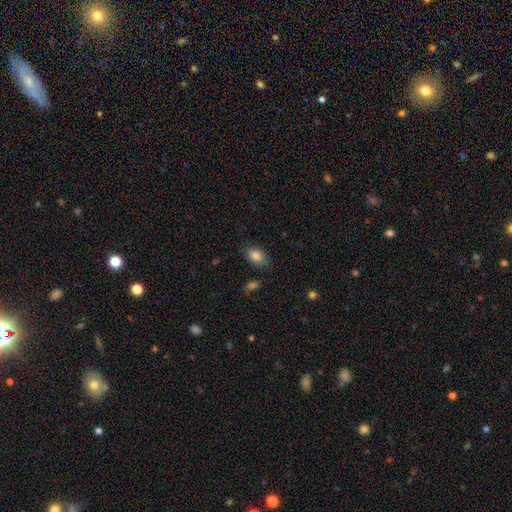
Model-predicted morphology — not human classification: Smooth or featured?
  - smooth: 85% *
  - star or artifact: 8%
  - featured or disk: 7%
How rounded?
  - in between: 87% *
  - round: 11%
  - cigar-shaped: 2%
Merging?
  - none: 80% *
  - minor disturbance: 14%
  - major disturbance: 3%
  - merger: 2%